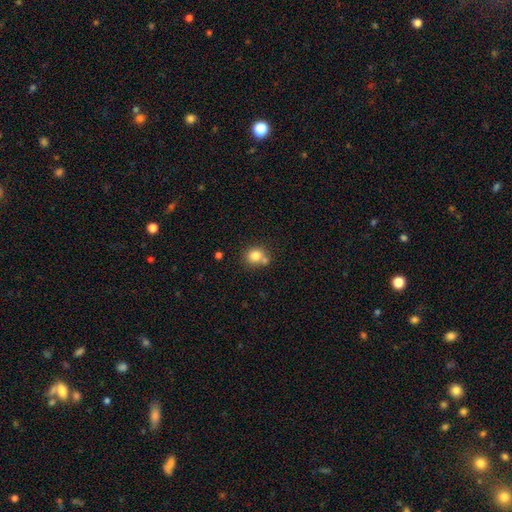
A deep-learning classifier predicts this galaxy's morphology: This appears to be a smooth galaxy with no disk features (80%) that is round (79%). Merging: none (56%).